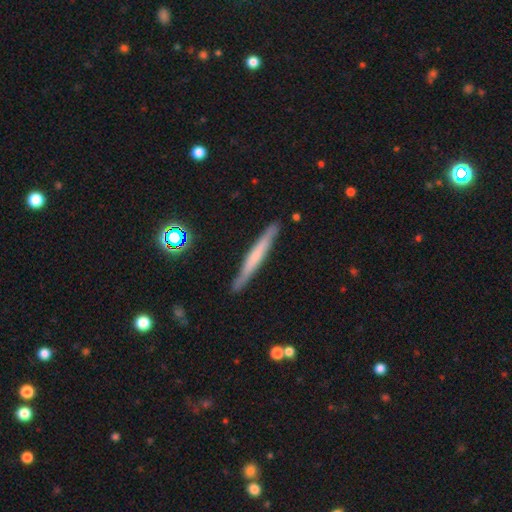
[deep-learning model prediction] smooth_or_featured: smooth (p=0.47) [alt: featured or disk p=0.46]
merging: none (p=0.88) [alt: minor disturbance p=0.09]